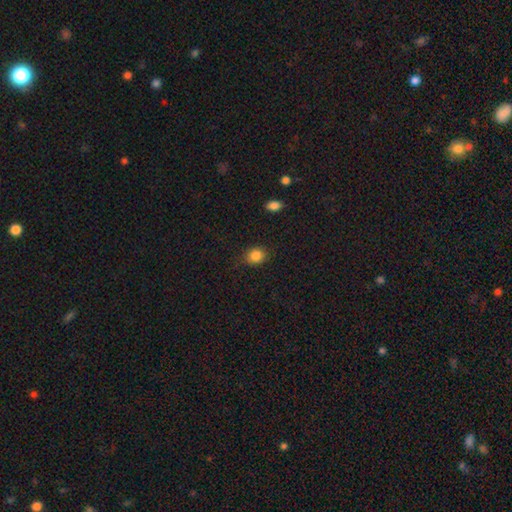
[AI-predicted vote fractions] A smooth galaxy with no disk features (85%) that is round (73%).

Vote fractions:
- Smooth or featured? smooth: 85% / star or artifact: 10% / featured or disk: 4%
- How rounded? round: 73% / in between: 26% / cigar-shaped: 1%
- Merging? none: 85% / minor disturbance: 11% / major disturbance: 3% / merger: 1%